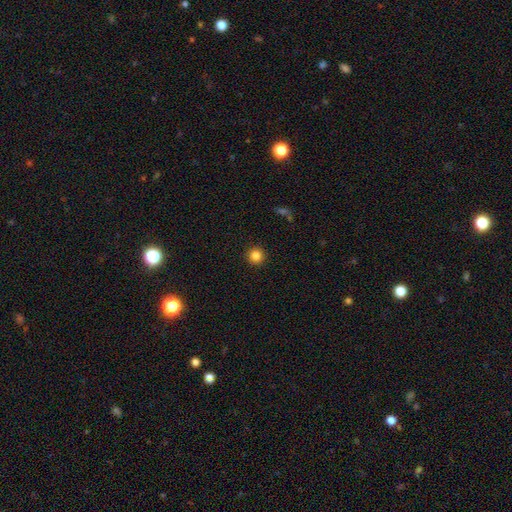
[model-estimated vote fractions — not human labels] smooth 84%, star or artifact 11%, featured or disk 5%. Down the decision tree: how rounded — round (95%); merging — none (93%).